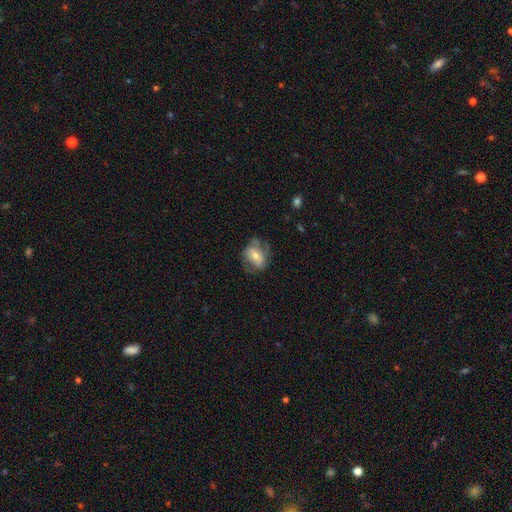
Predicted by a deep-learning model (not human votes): The model was most divided on "smooth or featured": smooth: 50%, featured or disk: 42%, star or artifact: 8%. More confident: merging — none (57%).